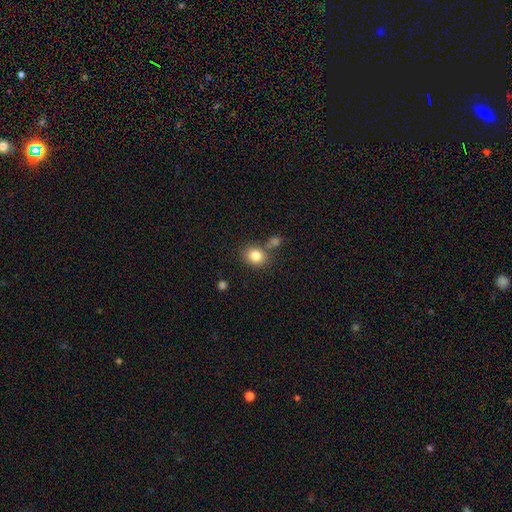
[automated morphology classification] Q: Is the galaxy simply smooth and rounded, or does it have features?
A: smooth — 82%.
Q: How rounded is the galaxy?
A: round — 60%.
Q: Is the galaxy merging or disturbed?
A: none — 69%.